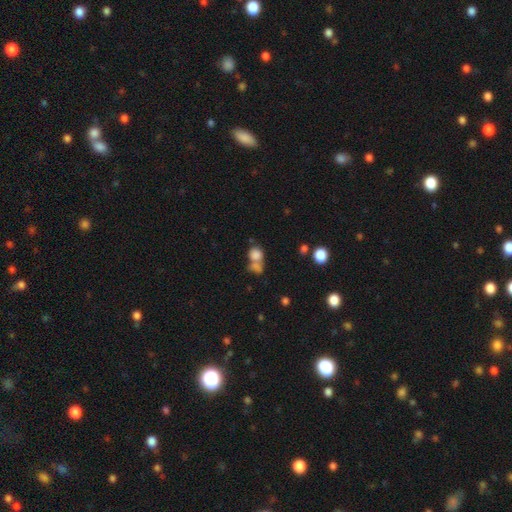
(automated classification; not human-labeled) Morphology: type=smooth (79%); roundness=round (67%); merging=merger (58%).